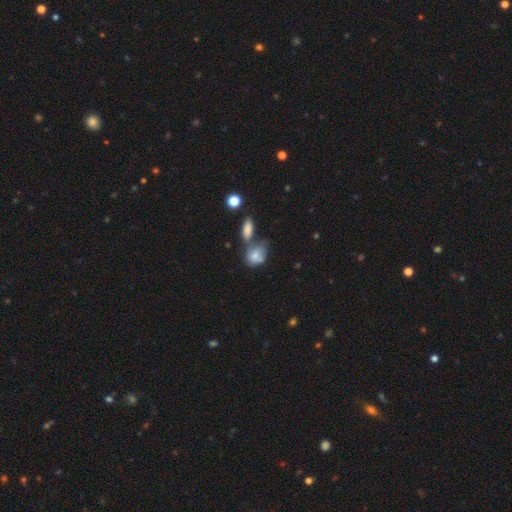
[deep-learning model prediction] Overall: smooth (71%). How rounded: in between (62%; round 35%). Merging: merger (40%; none 30%).